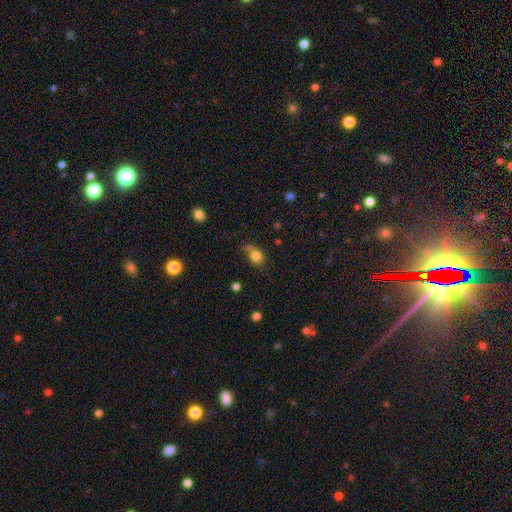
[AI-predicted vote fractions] The model was most divided on "how rounded": round: 63%, in between: 36%, cigar-shaped: 1%. More confident: smooth or featured — smooth (79%); merging — none (53%).